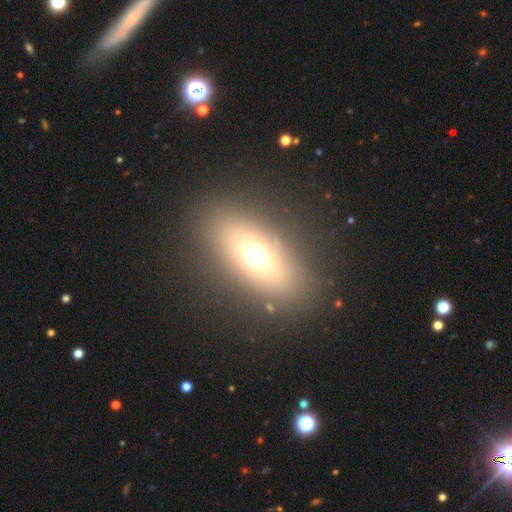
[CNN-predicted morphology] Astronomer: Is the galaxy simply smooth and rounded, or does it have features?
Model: smooth — 59%.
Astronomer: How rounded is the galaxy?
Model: in between — 69%.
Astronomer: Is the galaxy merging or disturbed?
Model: none — 85%.